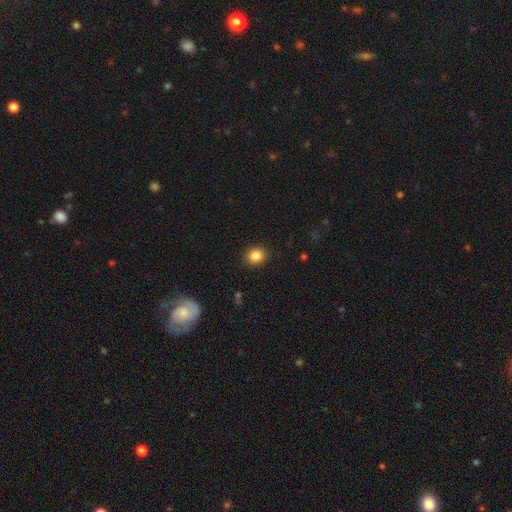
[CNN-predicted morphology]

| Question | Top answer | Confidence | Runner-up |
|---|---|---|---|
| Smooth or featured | smooth | 85% | star or artifact (10%) |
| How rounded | round | 78% | in between (21%) |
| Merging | none | 91% | minor disturbance (6%) |